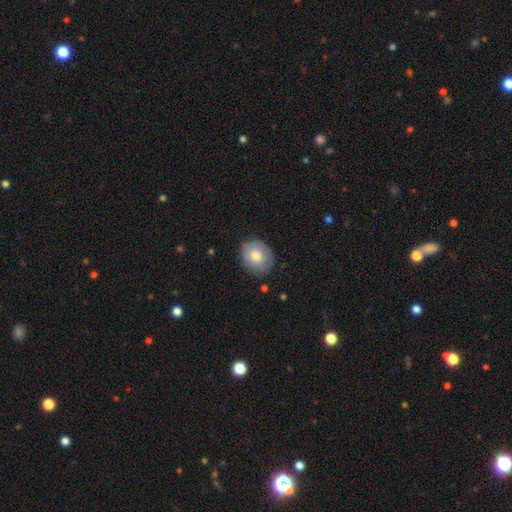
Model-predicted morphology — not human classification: A smooth galaxy with no disk features (73%) that is round (68%).

Vote fractions:
- Smooth or featured? smooth: 73% / featured or disk: 19% / star or artifact: 7%
- How rounded? round: 68% / in between: 31% / cigar-shaped: 1%
- Merging? none: 80% / minor disturbance: 15% / major disturbance: 3% / merger: 2%